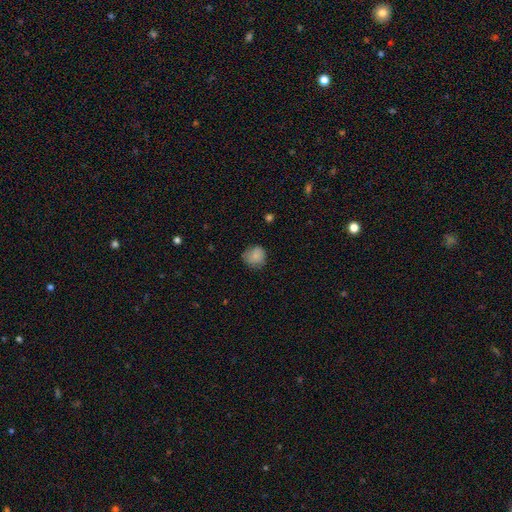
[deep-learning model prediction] smooth_or_featured: smooth (p=0.82) [alt: star or artifact p=0.09]
how_rounded: round (p=0.83) [alt: in between p=0.16]
merging: none (p=0.71) [alt: minor disturbance p=0.23]